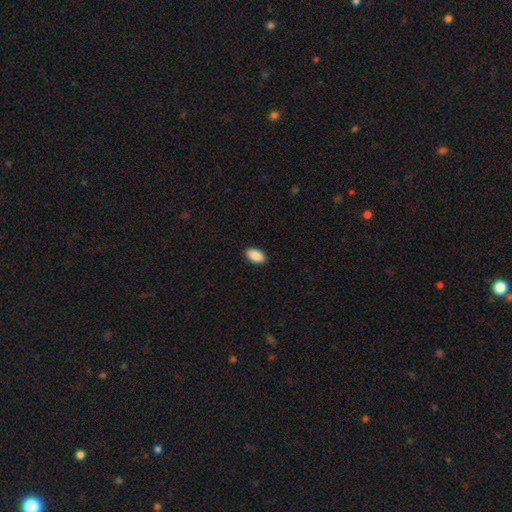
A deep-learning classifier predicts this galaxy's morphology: Smooth or featured: smooth — 90% (star or artifact — 7%)
How rounded: in between — 94% (round — 4%)
Merging: none — 89% (minor disturbance — 8%)